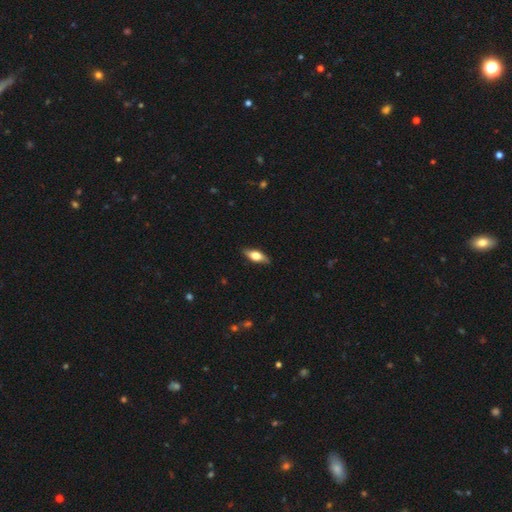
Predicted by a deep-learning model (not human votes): Morphology: type=smooth (53%); roundness=in between (67%); merging=none (83%).